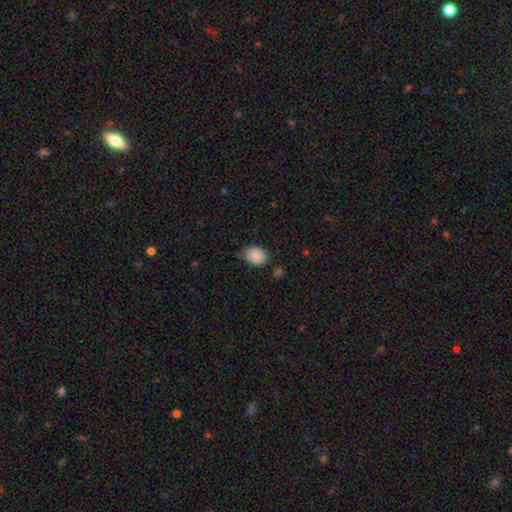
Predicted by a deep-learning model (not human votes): This appears to be a smooth galaxy with no disk features (86%) that is in between round and cigar-shaped (73%). Merging: none (67%).